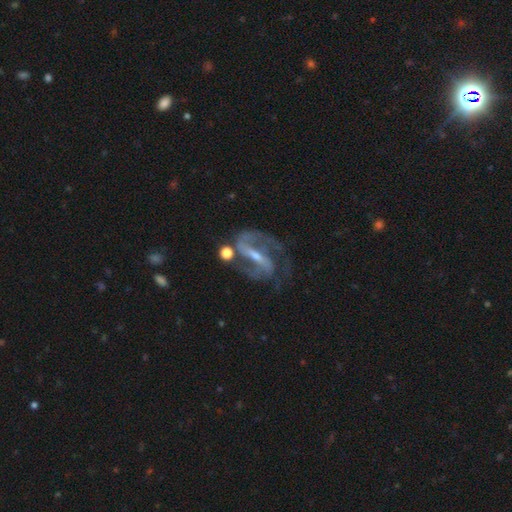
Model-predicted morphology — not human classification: smooth_or_featured: featured or disk (p=0.89) [alt: star or artifact p=0.06]
disk_edge_on: no (p=0.95) [alt: yes p=0.05]
bar: strong (p=0.68) [alt: weak p=0.23]
has_spiral_arms: yes (p=0.96) [alt: no p=0.04]
spiral_winding: medium (p=0.54) [alt: loose p=0.23]
spiral_arm_count: 2 (p=0.86) [alt: can't tell p=0.04]
bulge_size: small (p=0.65) [alt: moderate p=0.29]
merging: none (p=0.61) [alt: minor disturbance p=0.18]